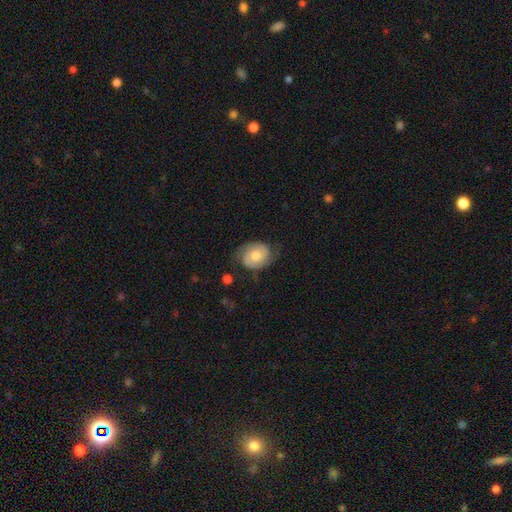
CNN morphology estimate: This appears to be a featured or disk galaxy (67%) with no bar (71%), 2 (86%) tight (46%) spiral arms (91%) and a moderate central bulge (65%). Merging: none (70%).